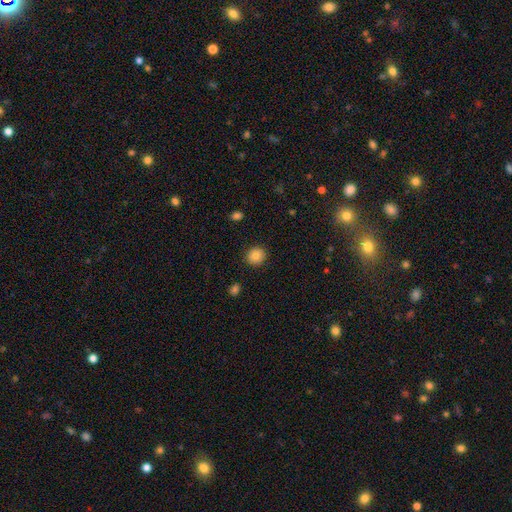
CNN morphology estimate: Smooth or featured: smooth — 85% (star or artifact — 10%)
How rounded: round — 87% (in between — 12%)
Merging: none — 91% (minor disturbance — 6%)